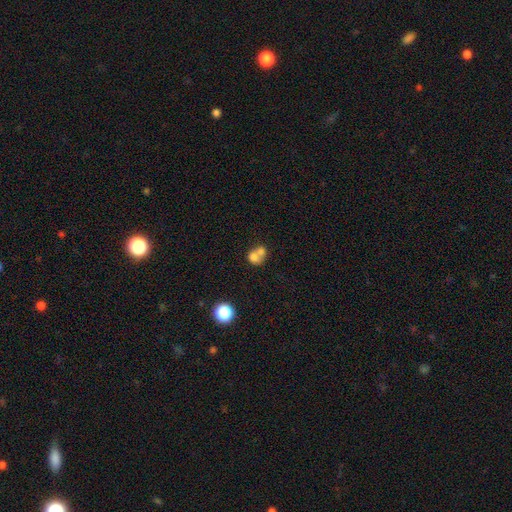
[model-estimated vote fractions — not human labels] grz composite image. It shows a smooth galaxy with no disk features (70%) that is round (65%). Merging: merger (66%).